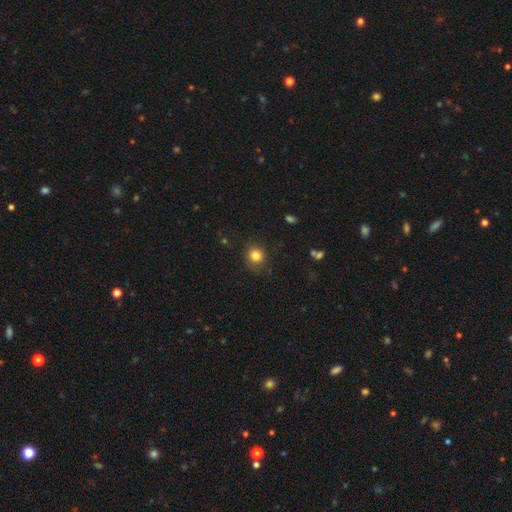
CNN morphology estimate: A smooth galaxy with no disk features (82%) that is round (84%).

Vote fractions:
- Smooth or featured? smooth: 82% / star or artifact: 12% / featured or disk: 6%
- How rounded? round: 84% / in between: 15% / cigar-shaped: 1%
- Merging? none: 79% / minor disturbance: 15% / major disturbance: 4% / merger: 1%